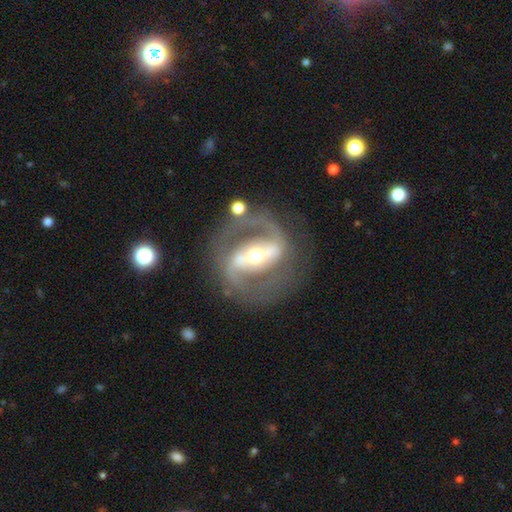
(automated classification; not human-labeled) The model was most divided on "spiral winding": medium: 56%, tight: 26%, loose: 18%. More confident: edge-on disk — no (96%); spiral arms — yes (93%); spiral arm count — 2 (91%); smooth or featured — featured or disk (89%); merging — none (76%); bar — strong (67%); bulge size — moderate (65%).